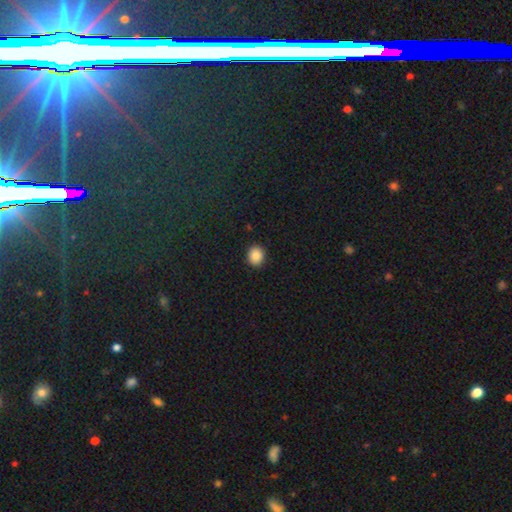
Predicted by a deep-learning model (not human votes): Smooth or featured? Predicted: smooth (p=0.87). How rounded? Predicted: round (p=0.73). Merging? Predicted: none (p=0.91).